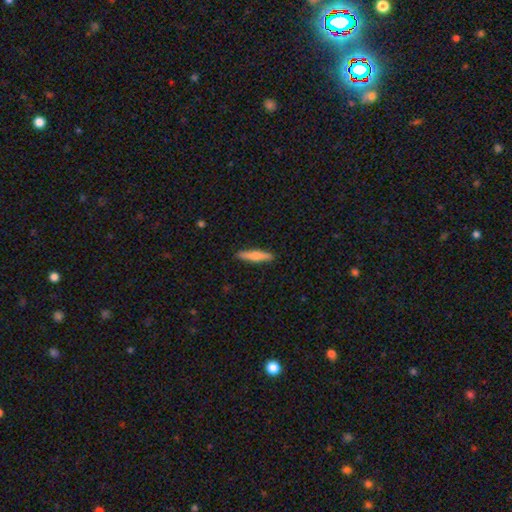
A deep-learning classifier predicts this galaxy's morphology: smooth_or_featured: smooth (p=0.66) [alt: featured or disk p=0.29]
how_rounded: cigar-shaped (p=0.87) [alt: in between p=0.11]
merging: none (p=0.90) [alt: minor disturbance p=0.08]